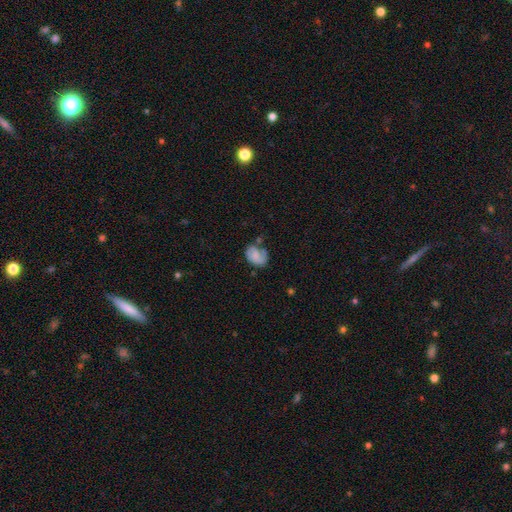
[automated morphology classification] Q: Smooth or featured?
A: smooth (54%); runner-up: featured or disk (37%)
Q: How rounded?
A: in between (73%); runner-up: round (26%)
Q: Merging?
A: none (44%); runner-up: minor disturbance (29%)